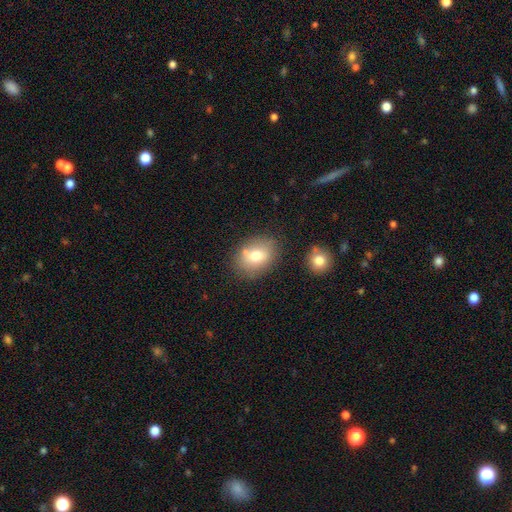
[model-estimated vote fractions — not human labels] smooth 72%, featured or disk 18%, star or artifact 10%. Down the decision tree: how rounded — in between (59%); merging — none (72%).